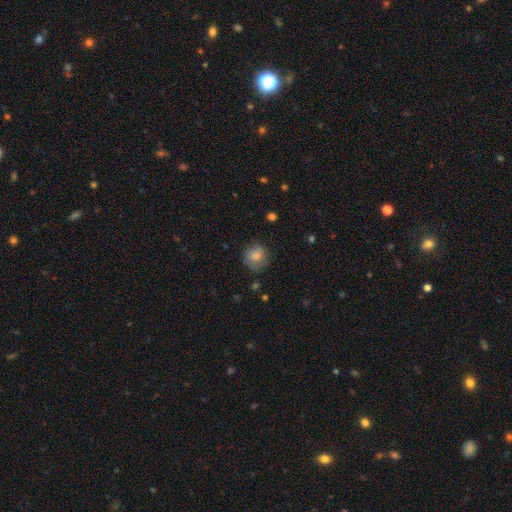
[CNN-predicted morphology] Smooth or featured? smooth (82%)
How rounded? round (87%)
Merging? none (76%)